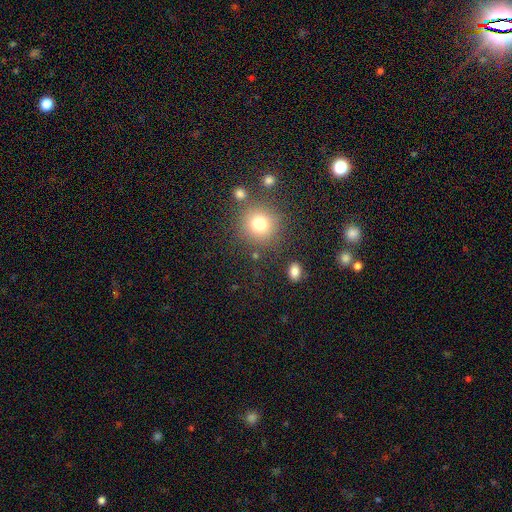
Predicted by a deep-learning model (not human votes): Smooth or featured? smooth (70%)
How rounded? round (92%)
Merging? none (84%)